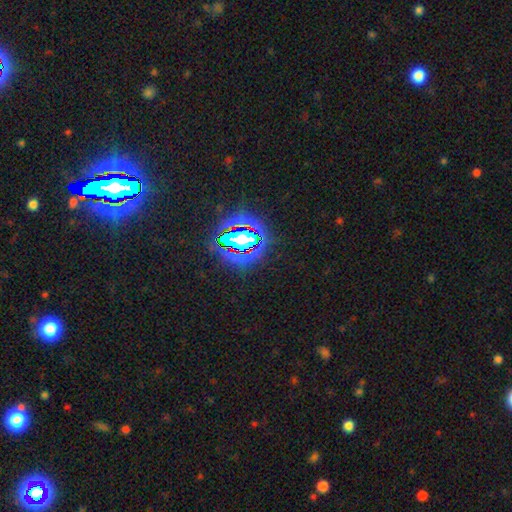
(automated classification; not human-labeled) This appears to be a star or artifact, not a galaxy (83%).